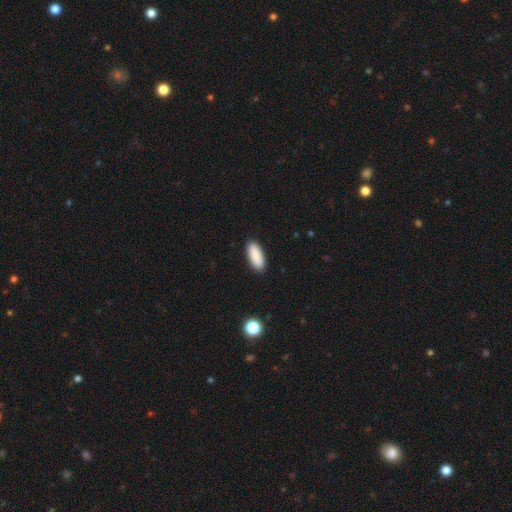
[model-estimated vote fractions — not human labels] smooth_or_featured: smooth (p=0.90) [alt: star or artifact p=0.06]
how_rounded: in between (p=0.83) [alt: cigar-shaped p=0.15]
merging: none (p=0.90) [alt: minor disturbance p=0.07]